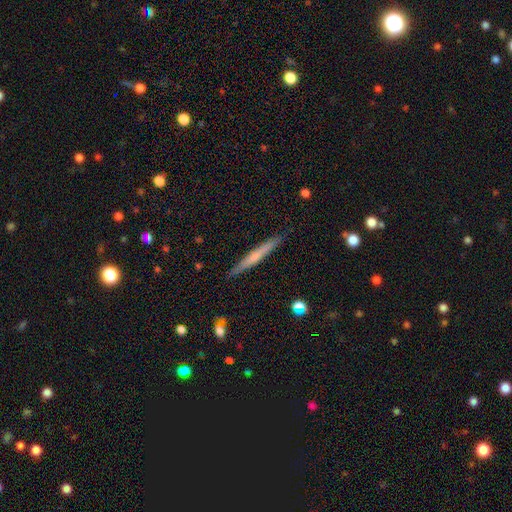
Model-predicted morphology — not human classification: This appears to be a featured or disk galaxy (49%). Merging: none (90%).